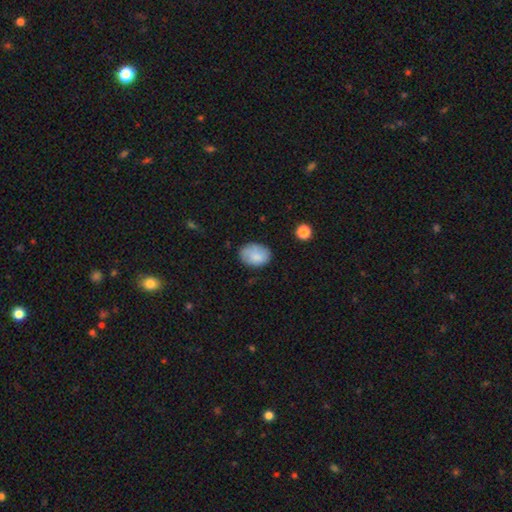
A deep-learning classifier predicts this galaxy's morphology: Q: Smooth or featured?
A: smooth (85%); runner-up: featured or disk (8%)
Q: How rounded?
A: in between (76%); runner-up: round (23%)
Q: Merging?
A: none (77%); runner-up: minor disturbance (18%)